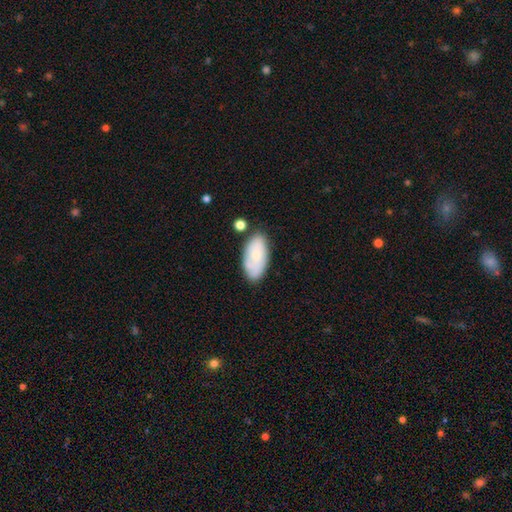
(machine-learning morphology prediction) smooth_or_featured: smooth (p=0.62) [alt: featured or disk p=0.31]
how_rounded: in between (p=0.93) [alt: cigar-shaped p=0.04]
merging: none (p=0.71) [alt: minor disturbance p=0.19]